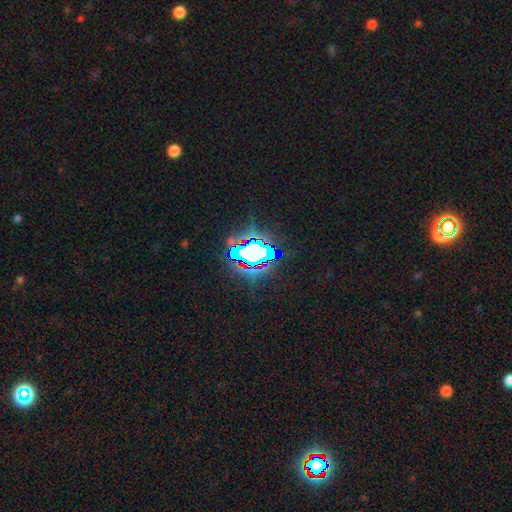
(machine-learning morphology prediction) The model was most divided on "smooth or featured": star or artifact: 60%, featured or disk: 21%, smooth: 19%.